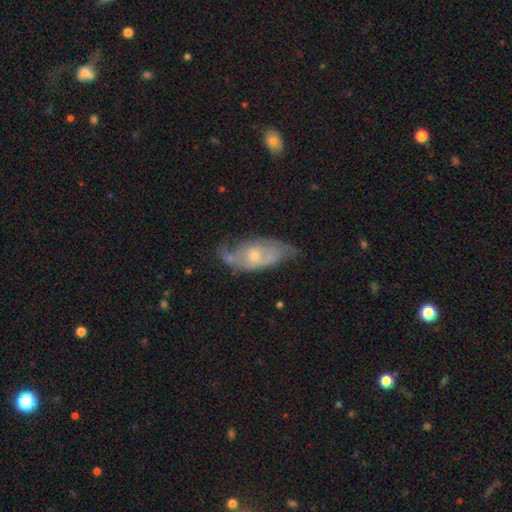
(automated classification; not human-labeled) Smooth or featured? featured or disk (62%)
Edge-on disk? no (90%)
Bar? no (70%)
Spiral arms? yes (71%)
Bulge size? small (57%)
Merging? none (47%)